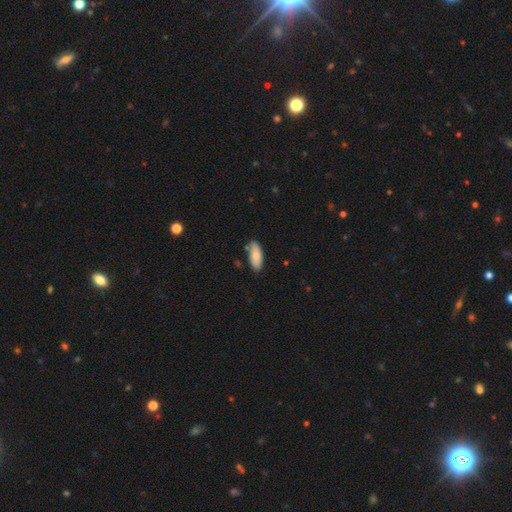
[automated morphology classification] type=smooth (81%); roundness=in between (80%); merging=none (78%).